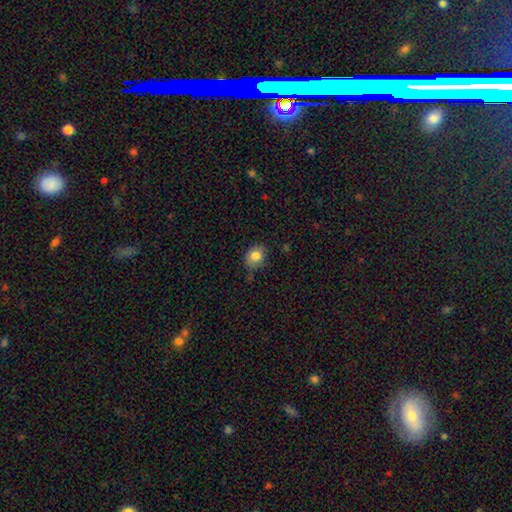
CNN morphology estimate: Q: Smooth or featured?
A: smooth (82%); runner-up: star or artifact (9%)
Q: How rounded?
A: round (51%); runner-up: in between (48%)
Q: Merging?
A: none (75%); runner-up: minor disturbance (19%)